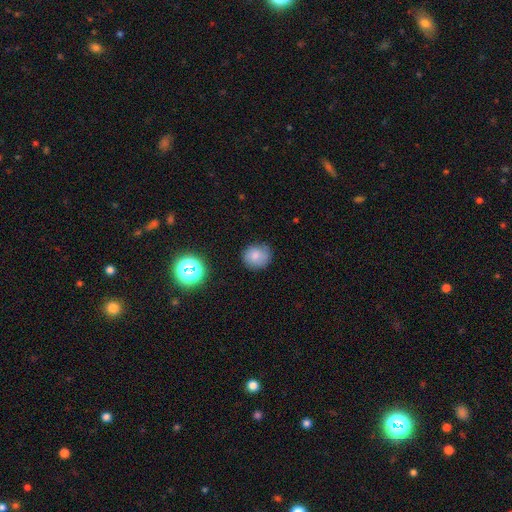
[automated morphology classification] The model was most divided on "merging": none: 75%, minor disturbance: 19%, major disturbance: 4%, merger: 2%. More confident: smooth or featured — smooth (79%); how rounded — round (79%).